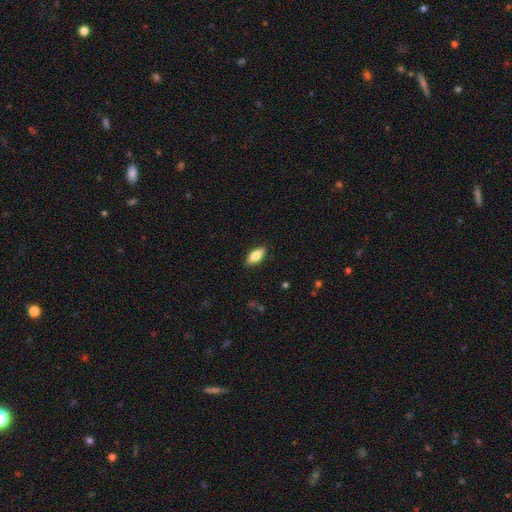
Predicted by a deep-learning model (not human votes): Smooth or featured?
  - smooth: 78% *
  - featured or disk: 15%
  - star or artifact: 7%
How rounded?
  - in between: 81% *
  - cigar-shaped: 16%
  - round: 3%
Merging?
  - none: 87% *
  - minor disturbance: 10%
  - major disturbance: 2%
  - merger: 1%